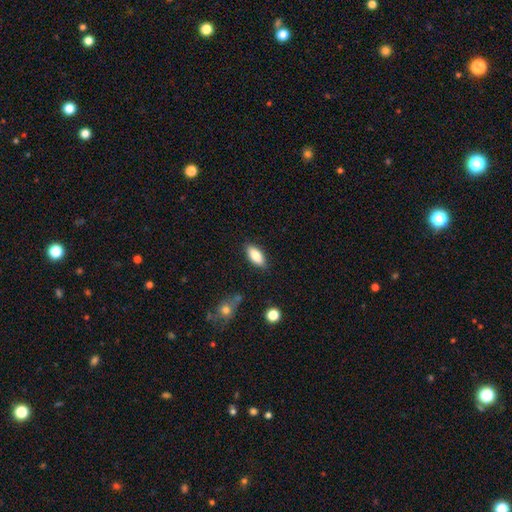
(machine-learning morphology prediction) A smooth galaxy with no disk features (81%) that is in between round and cigar-shaped (82%). Merging: none (86%).